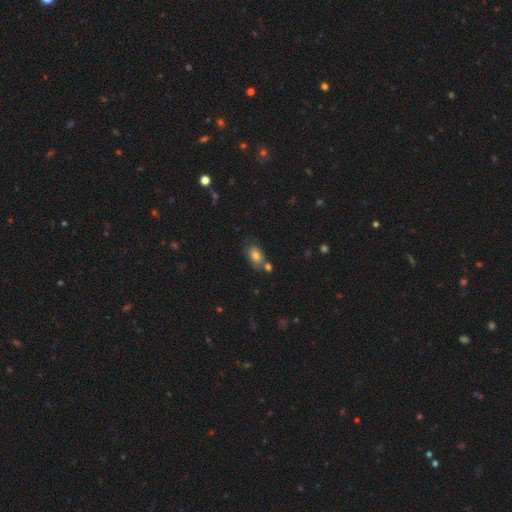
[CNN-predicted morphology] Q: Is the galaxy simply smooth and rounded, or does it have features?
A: smooth — 77%.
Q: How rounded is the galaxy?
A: in between — 84%.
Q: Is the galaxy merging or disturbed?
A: none — 61%.